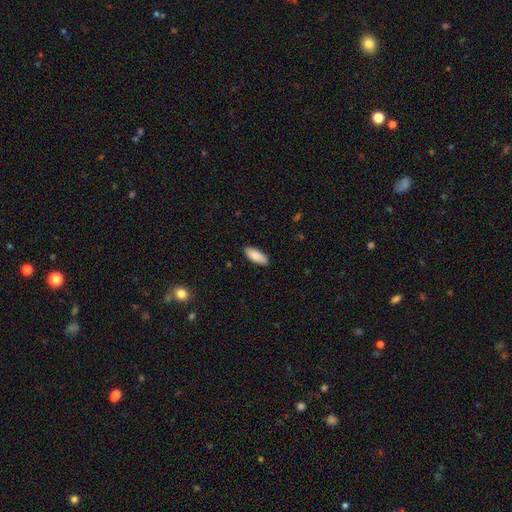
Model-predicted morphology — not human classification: Smooth or featured? Predicted: smooth (p=0.89). How rounded? Predicted: in between (p=0.83). Merging? Predicted: none (p=0.89).